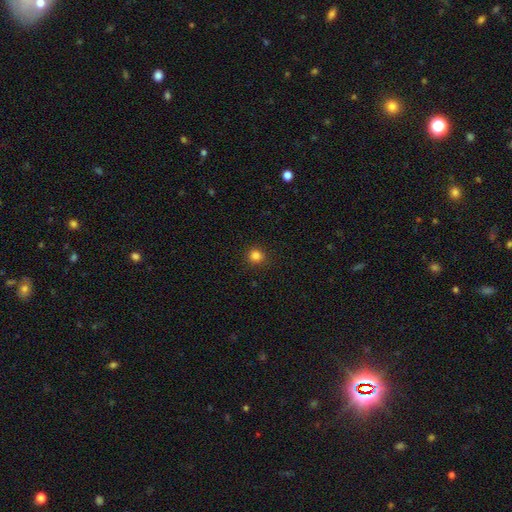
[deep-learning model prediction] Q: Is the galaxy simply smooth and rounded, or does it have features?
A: smooth — 83%.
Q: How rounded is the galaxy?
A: round — 92%.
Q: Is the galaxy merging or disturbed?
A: none — 91%.